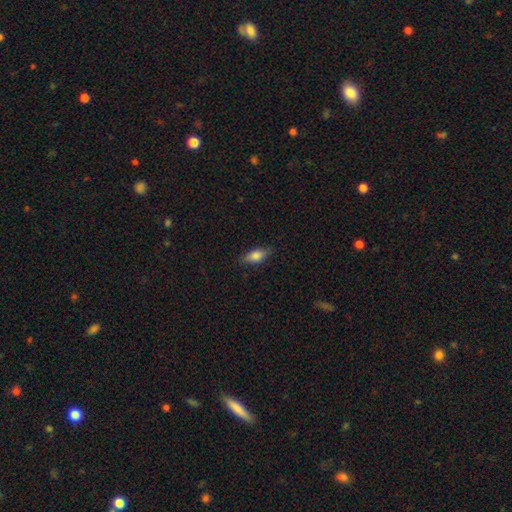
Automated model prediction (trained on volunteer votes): Smooth or featured? Predicted: smooth (p=0.80). How rounded? Predicted: in between (p=0.83). Merging? Predicted: none (p=0.81).